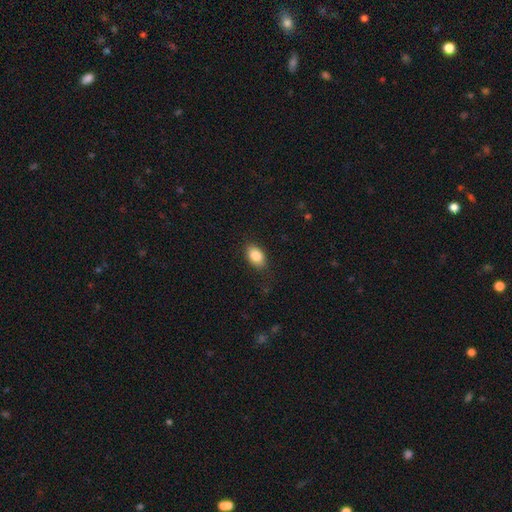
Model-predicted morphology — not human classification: smooth_or_featured: smooth (p=0.86) [alt: star or artifact p=0.08]
how_rounded: in between (p=0.89) [alt: round p=0.09]
merging: none (p=0.84) [alt: minor disturbance p=0.12]